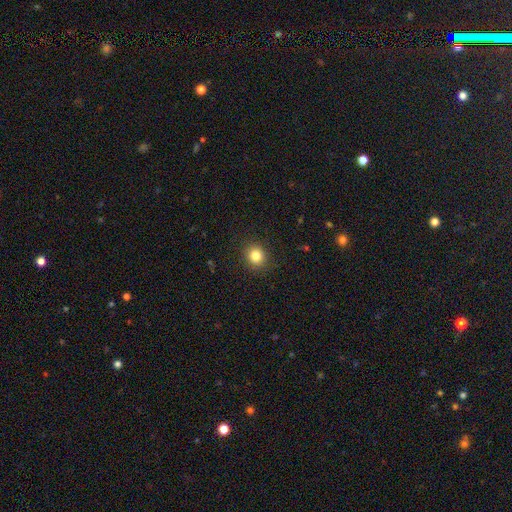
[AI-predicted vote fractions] Morphology: type=smooth (82%); roundness=round (84%); merging=none (91%).